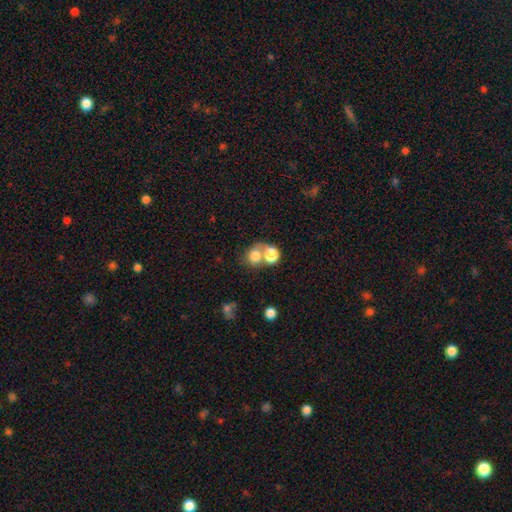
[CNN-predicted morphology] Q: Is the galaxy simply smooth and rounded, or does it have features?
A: smooth — 77%.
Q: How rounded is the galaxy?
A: round — 74%.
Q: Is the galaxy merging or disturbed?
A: merger — 50%.